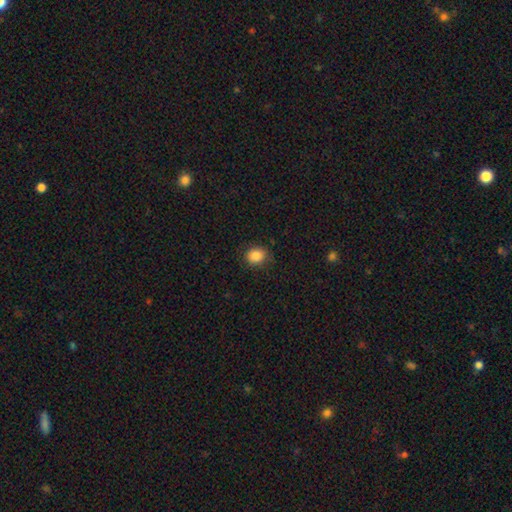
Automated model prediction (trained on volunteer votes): Smooth or featured?
  - smooth: 86% *
  - star or artifact: 10%
  - featured or disk: 4%
How rounded?
  - round: 65% *
  - in between: 34%
  - cigar-shaped: 1%
Merging?
  - none: 84% *
  - minor disturbance: 12%
  - major disturbance: 3%
  - merger: 1%